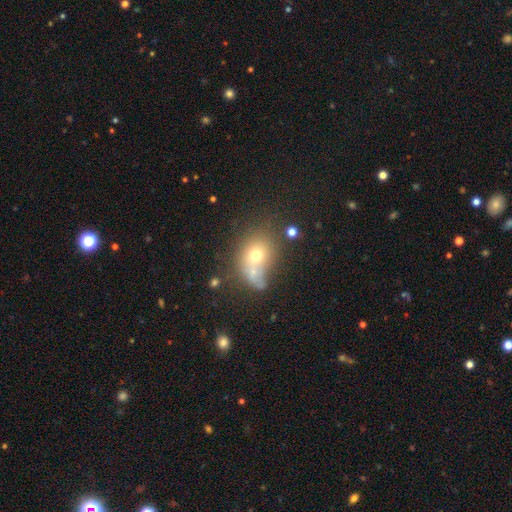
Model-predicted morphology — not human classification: Q: Smooth or featured?
A: smooth (65%); runner-up: featured or disk (20%)
Q: How rounded?
A: round (59%); runner-up: in between (40%)
Q: Merging?
A: merger (40%); runner-up: none (33%)